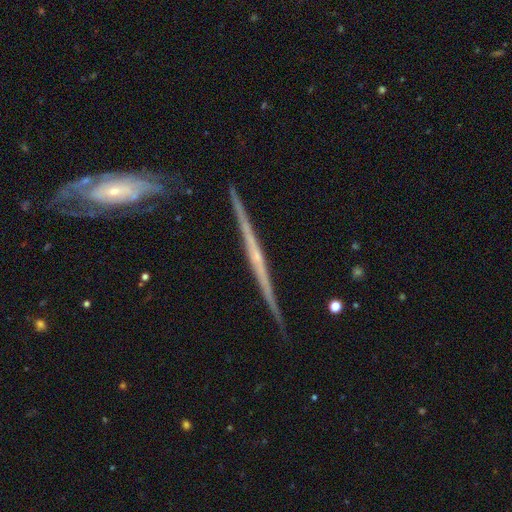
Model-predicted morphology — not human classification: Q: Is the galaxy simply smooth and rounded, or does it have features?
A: featured or disk — 83%.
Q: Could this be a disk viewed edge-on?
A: yes — 98%.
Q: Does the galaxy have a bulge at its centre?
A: none — 56%.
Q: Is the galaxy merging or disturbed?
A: none — 87%.